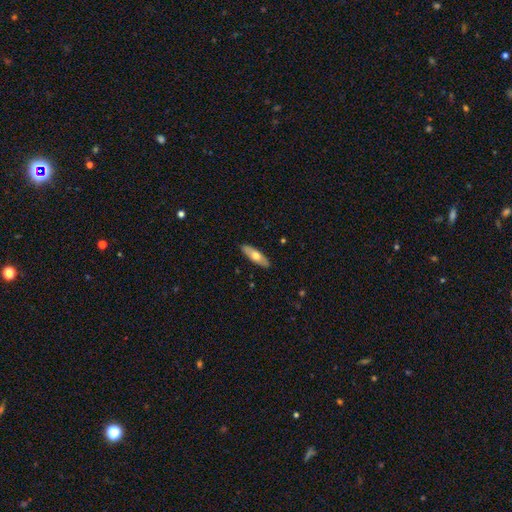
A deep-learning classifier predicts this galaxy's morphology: smooth_or_featured: smooth (p=0.58) [alt: featured or disk p=0.37]
how_rounded: cigar-shaped (p=0.50) [alt: in between p=0.47]
merging: none (p=0.89) [alt: minor disturbance p=0.08]